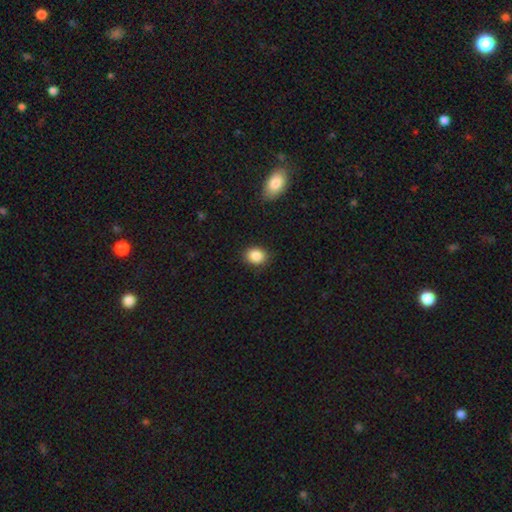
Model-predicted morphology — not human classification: The model was most divided on "how rounded": in between: 50%, round: 49%, cigar-shaped: 1%. More confident: smooth or featured — smooth (88%); merging — none (87%).